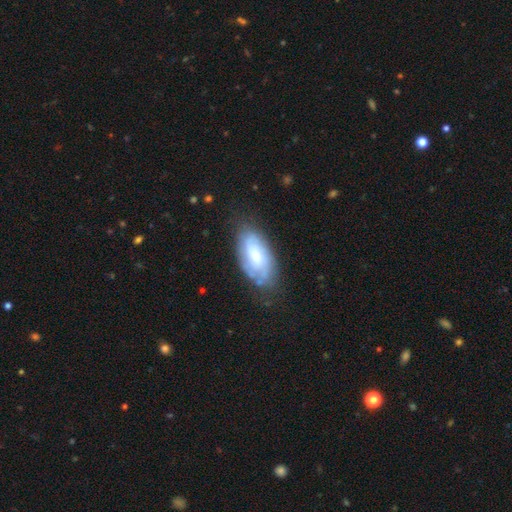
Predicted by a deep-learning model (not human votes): Smooth or featured? Predicted: featured or disk (p=0.53). Edge-on disk? Predicted: no (p=0.91). Merging? Predicted: none (p=0.68).